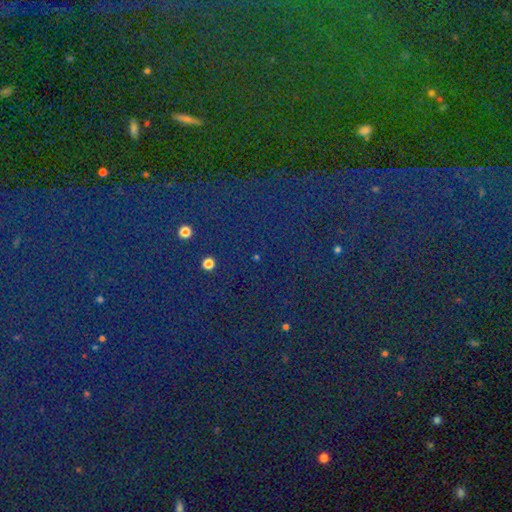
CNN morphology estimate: type=star or artifact (84%).